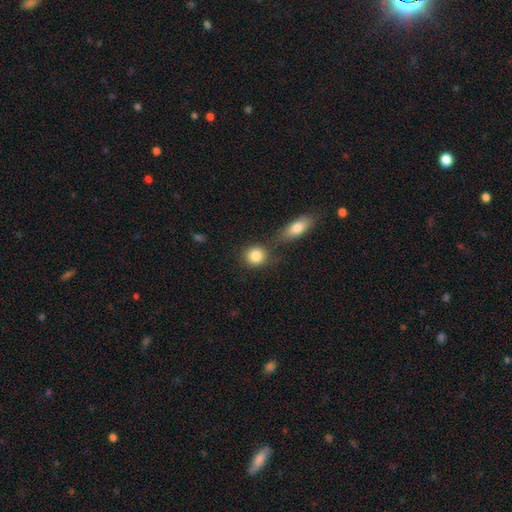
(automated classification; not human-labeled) Morphology: type=smooth (84%); roundness=round (82%); merging=none (64%).